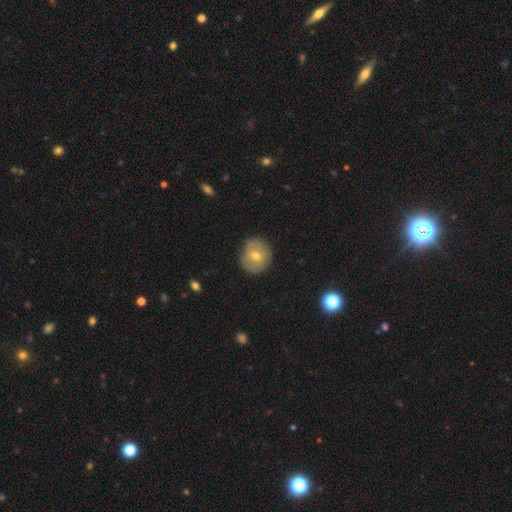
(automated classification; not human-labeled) Overall: smooth (58%; featured or disk 32%). How rounded: round (78%). Merging: none (83%).